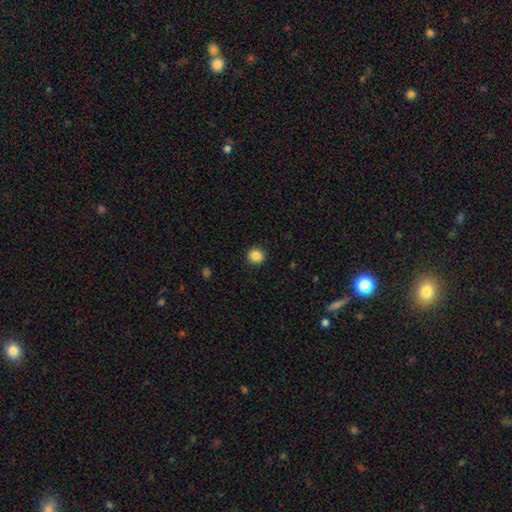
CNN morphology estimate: smooth 86%, star or artifact 10%, featured or disk 4%. Down the decision tree: how rounded — round (92%); merging — none (92%).